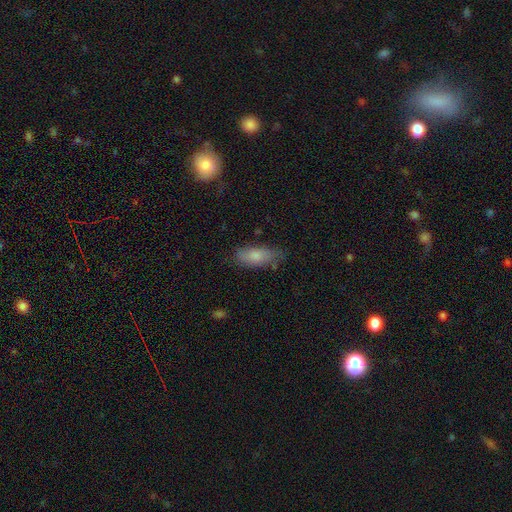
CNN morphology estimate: Q: Smooth or featured?
A: smooth (76%); runner-up: featured or disk (17%)
Q: How rounded?
A: in between (79%); runner-up: cigar-shaped (19%)
Q: Merging?
A: none (71%); runner-up: minor disturbance (22%)